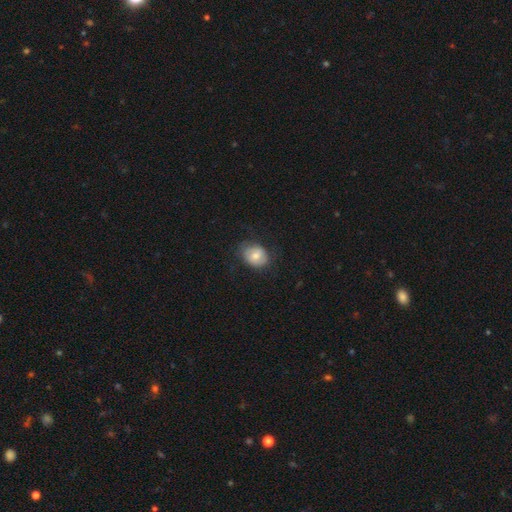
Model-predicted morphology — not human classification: Smooth or featured: smooth — 69% (featured or disk — 24%)
How rounded: round — 51% (in between — 48%)
Merging: none — 72% (minor disturbance — 19%)